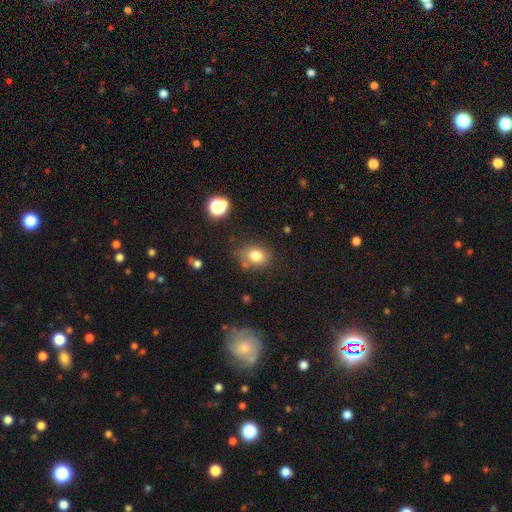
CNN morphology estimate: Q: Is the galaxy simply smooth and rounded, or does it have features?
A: smooth — 80%.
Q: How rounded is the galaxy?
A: in between — 58%.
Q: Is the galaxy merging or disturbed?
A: none — 71%.